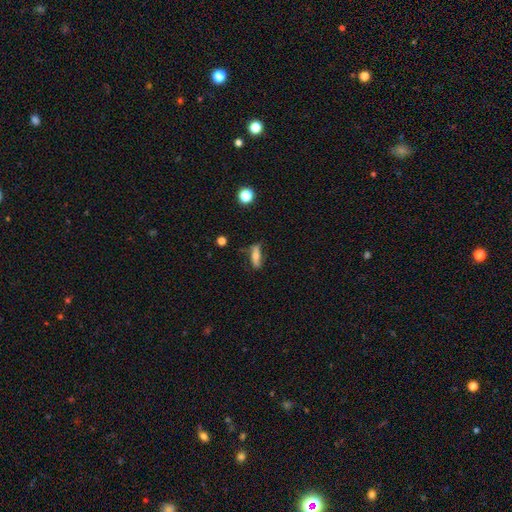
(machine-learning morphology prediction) A smooth galaxy with no disk features (50%).

Vote fractions:
- Smooth or featured? smooth: 50% / featured or disk: 42% / star or artifact: 8%
- Merging? none: 65% / minor disturbance: 24% / major disturbance: 8% / merger: 3%